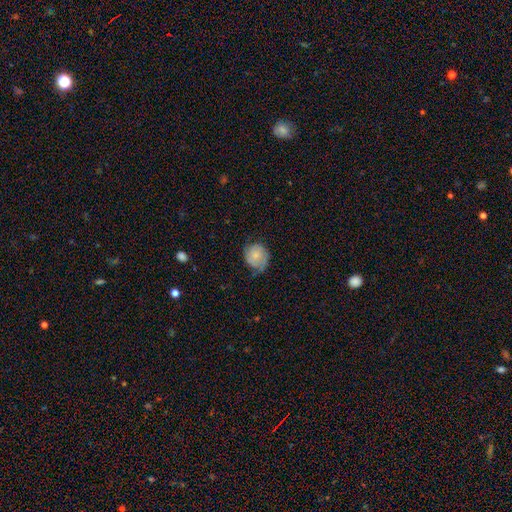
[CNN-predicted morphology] Smooth or featured? smooth (48%)
Merging? none (54%)